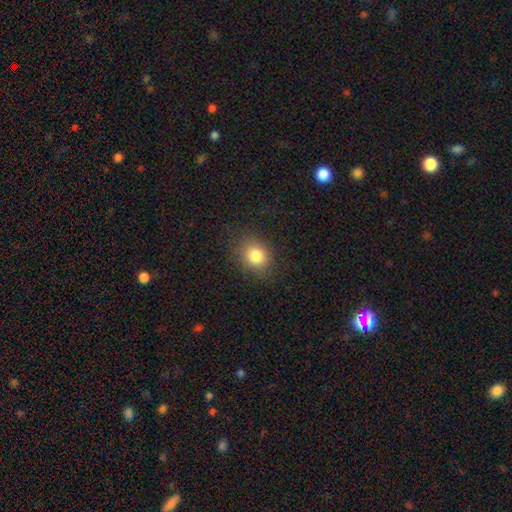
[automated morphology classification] A smooth galaxy with no disk features (81%) that is round (61%).

Vote fractions:
- Smooth or featured? smooth: 81% / star or artifact: 12% / featured or disk: 7%
- How rounded? round: 61% / in between: 38% / cigar-shaped: 1%
- Merging? none: 83% / minor disturbance: 11% / major disturbance: 4% / merger: 1%